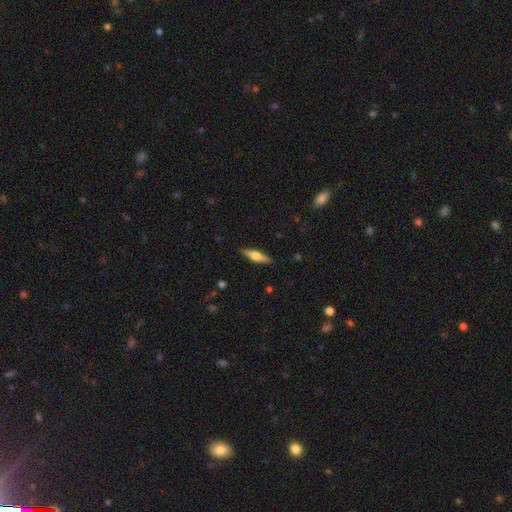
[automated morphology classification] The model was most divided on "smooth or featured": featured or disk: 51%, smooth: 43%, star or artifact: 6%. More confident: edge-on disk — yes (95%); merging — none (89%).